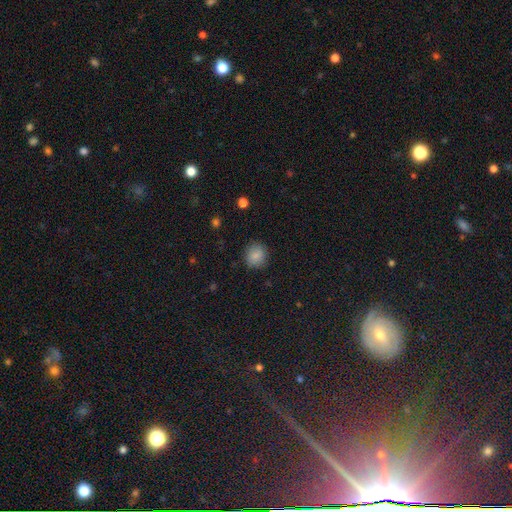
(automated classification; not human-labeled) This appears to be a smooth galaxy with no disk features (86%) that is round (85%). Merging: none (87%).